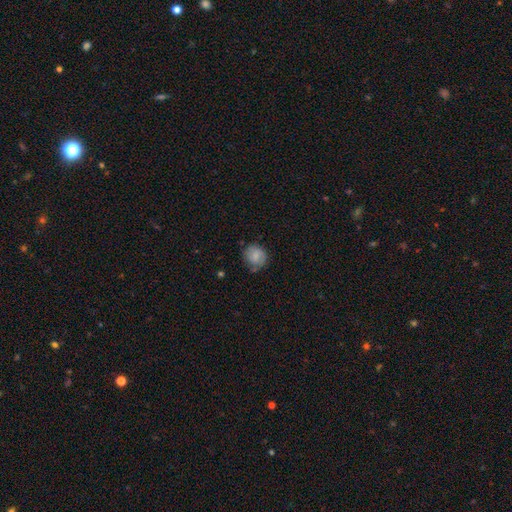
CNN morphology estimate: Smooth or featured? smooth (72%)
How rounded? round (77%)
Merging? none (68%)